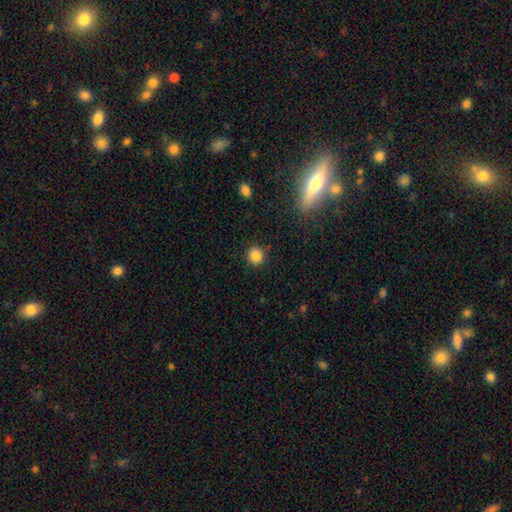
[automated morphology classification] Smooth or featured? Predicted: smooth (p=0.85). How rounded? Predicted: round (p=0.89). Merging? Predicted: none (p=0.89).